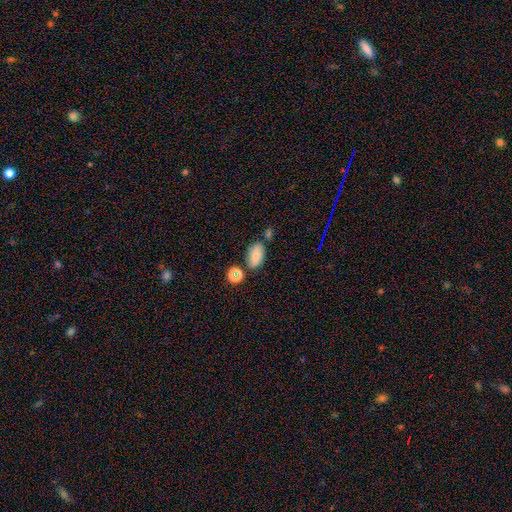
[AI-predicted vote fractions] Smooth or featured? smooth (78%)
How rounded? in between (91%)
Merging? none (67%)